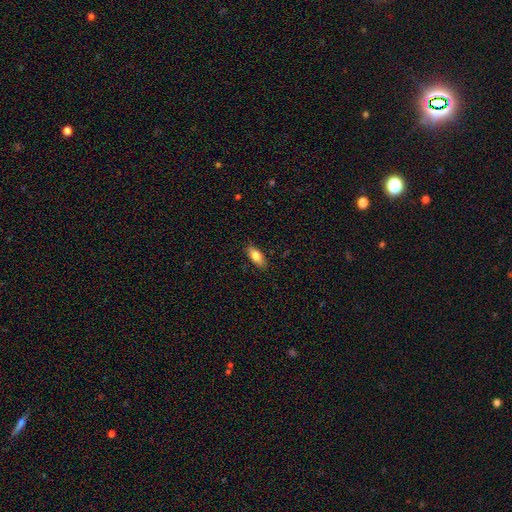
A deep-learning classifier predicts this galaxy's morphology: Q: Smooth or featured?
A: smooth (78%); runner-up: featured or disk (15%)
Q: How rounded?
A: in between (84%); runner-up: cigar-shaped (14%)
Q: Merging?
A: none (87%); runner-up: minor disturbance (10%)